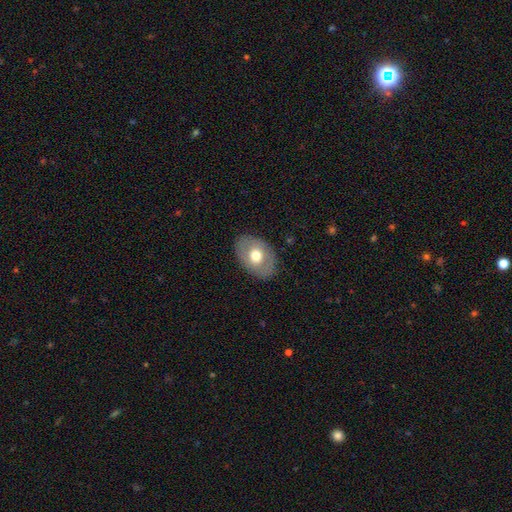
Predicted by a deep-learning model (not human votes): The model was most divided on "smooth or featured": smooth: 59%, featured or disk: 35%, star or artifact: 7%. More confident: merging — none (84%); how rounded — in between (78%).